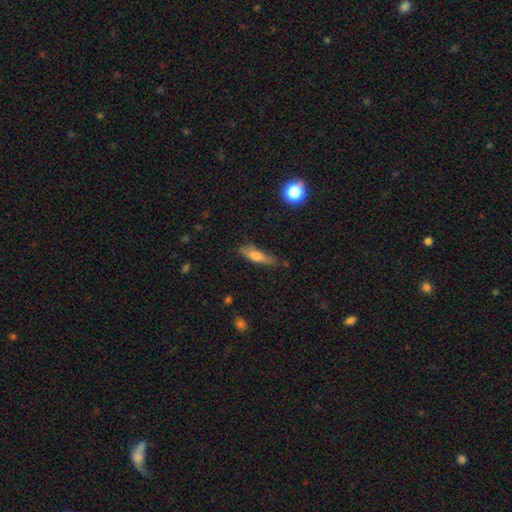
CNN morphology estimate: smooth 65%, featured or disk 27%, star or artifact 8%. Down the decision tree: how rounded — cigar-shaped (66%); merging — none (72%).